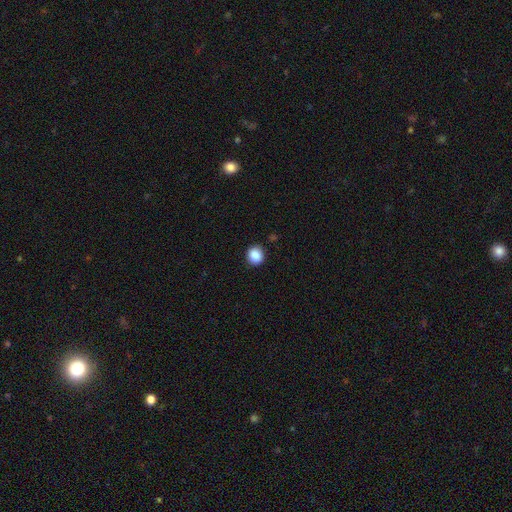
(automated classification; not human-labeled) Smooth or featured: smooth — 88% (star or artifact — 9%)
How rounded: round — 83% (in between — 16%)
Merging: none — 89% (minor disturbance — 8%)